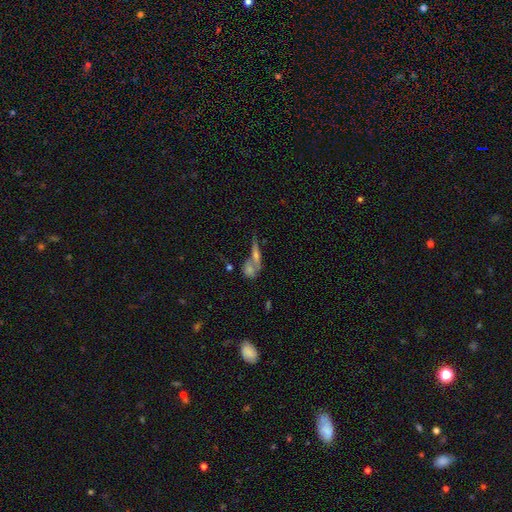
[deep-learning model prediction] featured or disk 45%, smooth 38%, star or artifact 17%. Down the decision tree: merging — merger (46%).